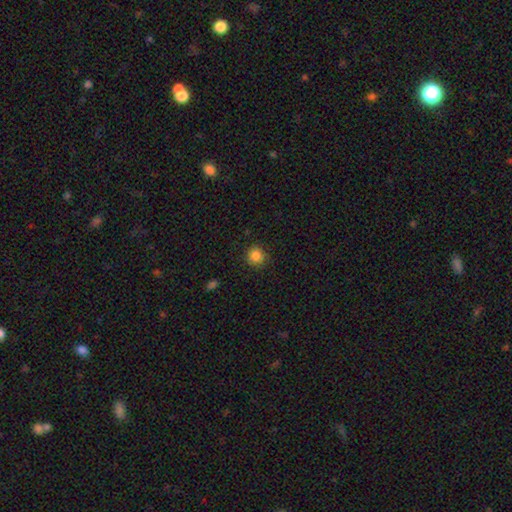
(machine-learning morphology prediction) smooth_or_featured: smooth (p=0.85) [alt: star or artifact p=0.11]
how_rounded: round (p=0.92) [alt: in between p=0.07]
merging: none (p=0.88) [alt: minor disturbance p=0.08]